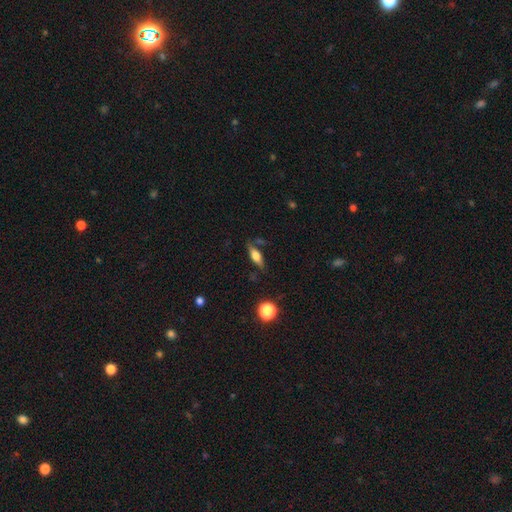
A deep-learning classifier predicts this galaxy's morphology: smooth_or_featured: smooth (p=0.56) [alt: featured or disk p=0.35]
how_rounded: in between (p=0.59) [alt: cigar-shaped p=0.37]
merging: none (p=0.74) [alt: minor disturbance p=0.17]